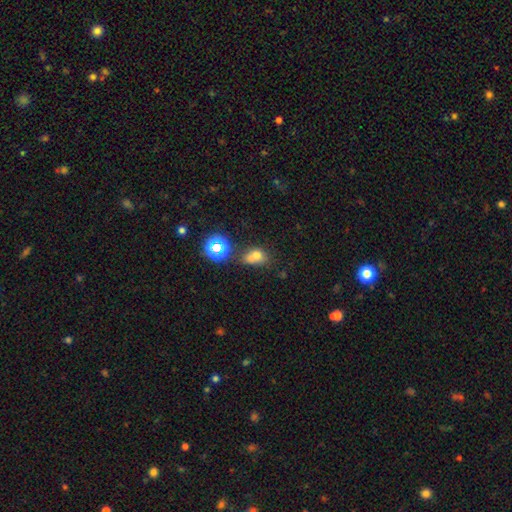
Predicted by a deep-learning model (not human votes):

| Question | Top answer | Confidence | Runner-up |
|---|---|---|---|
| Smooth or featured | smooth | 65% | star or artifact (21%) |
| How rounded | in between | 55% | round (42%) |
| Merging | merger | 40% | none (33%) |